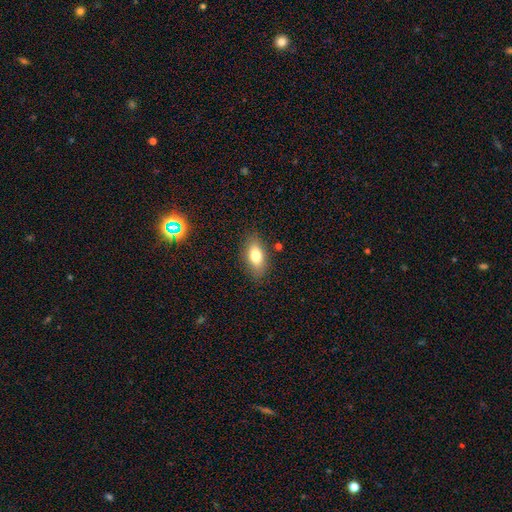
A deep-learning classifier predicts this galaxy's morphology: smooth 77%, featured or disk 15%, star or artifact 8%. Down the decision tree: how rounded — in between (86%); merging — none (83%).